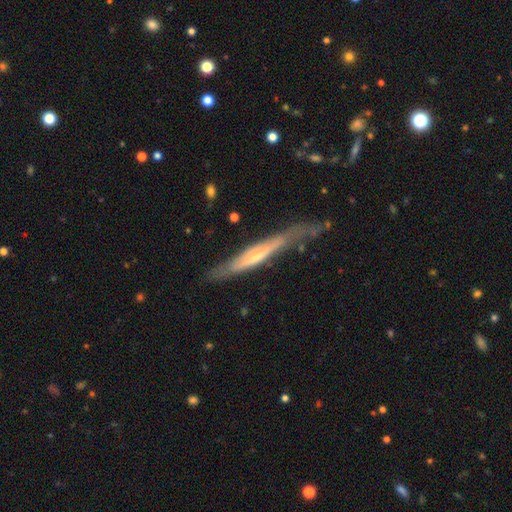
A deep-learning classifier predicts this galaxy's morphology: Overall: featured or disk (68%). Edge-on disk: yes (86%). Edge-on bulge: rounded (51%; none 40%). Merging: none (62%; minor disturbance 25%).